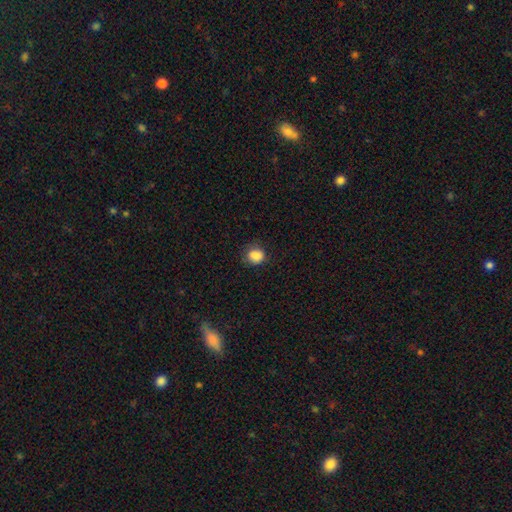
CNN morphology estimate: Q: Smooth or featured?
A: smooth (86%); runner-up: star or artifact (10%)
Q: How rounded?
A: round (68%); runner-up: in between (30%)
Q: Merging?
A: none (73%); runner-up: minor disturbance (20%)